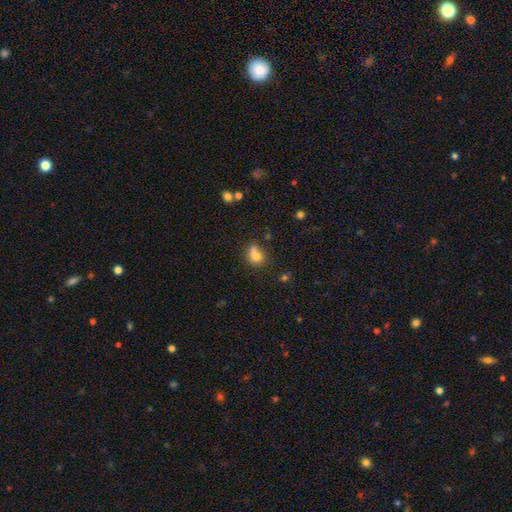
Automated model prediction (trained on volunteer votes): This appears to be a smooth galaxy with no disk features (74%) that is round (51%). Merging: none (39%).